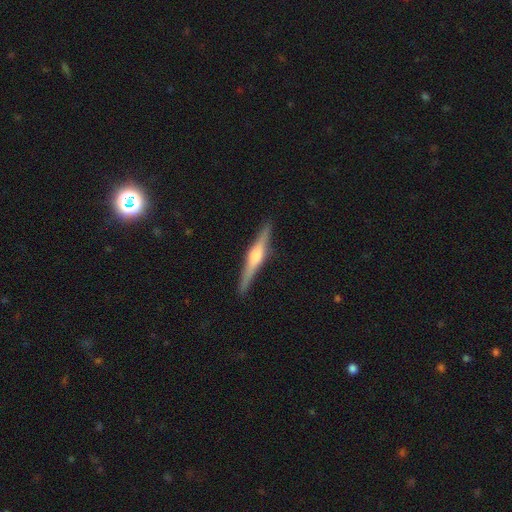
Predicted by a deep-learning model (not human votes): Smooth or featured: featured or disk — 78% (smooth — 17%)
Edge-on disk: yes — 98% (no — 2%)
Edge-on bulge: rounded — 82% (boxy — 14%)
Merging: none — 91% (minor disturbance — 6%)